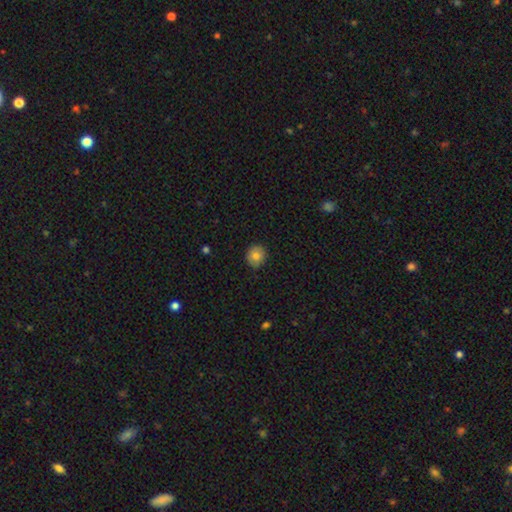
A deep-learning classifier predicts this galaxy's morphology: Smooth or featured?
  - smooth: 81% *
  - featured or disk: 10%
  - star or artifact: 9%
How rounded?
  - round: 81% *
  - in between: 18%
  - cigar-shaped: 1%
Merging?
  - none: 86% *
  - minor disturbance: 11%
  - major disturbance: 2%
  - merger: 1%